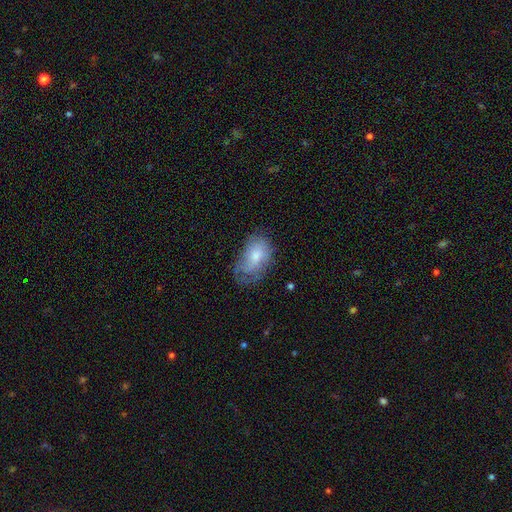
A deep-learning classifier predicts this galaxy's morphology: A smooth galaxy with no disk features (59%) that is in between round and cigar-shaped (88%). Merging: none (43%).